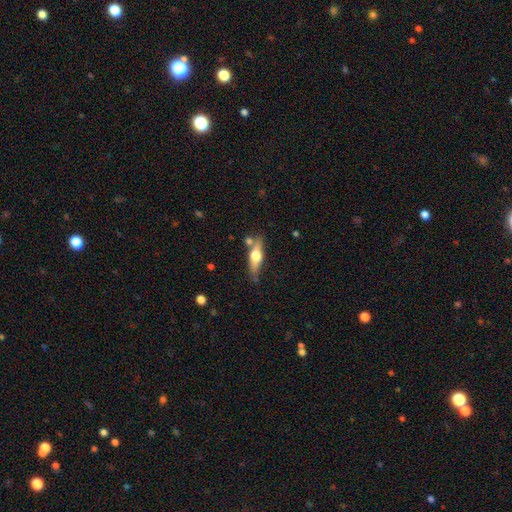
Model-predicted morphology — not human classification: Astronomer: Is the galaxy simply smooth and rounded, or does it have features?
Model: featured or disk — 52% (runner-up: smooth, 42%).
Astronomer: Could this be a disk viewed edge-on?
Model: yes — 90%.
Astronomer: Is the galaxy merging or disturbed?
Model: none — 71%.